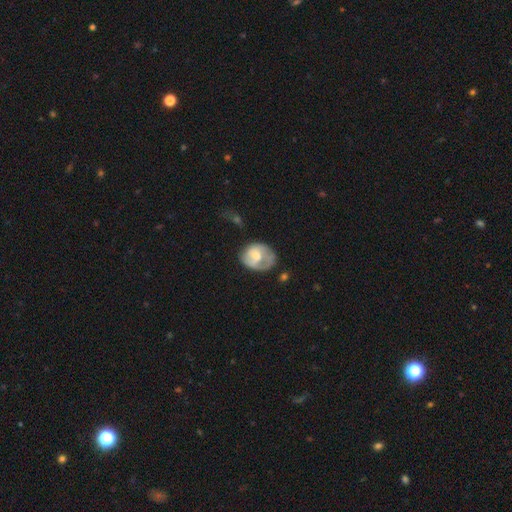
Smooth or featured?
  - smooth: 50% *
  - featured or disk: 45%
  - star or artifact: 5%
How rounded?
  - in between: 58% *
  - round: 42%
  - cigar-shaped: 0%
Merging?
  - minor disturbance: 47% *
  - none: 39%
  - major disturbance: 8%
  - merger: 6%